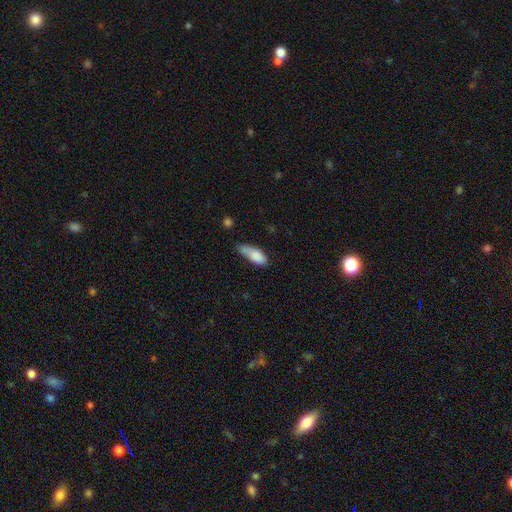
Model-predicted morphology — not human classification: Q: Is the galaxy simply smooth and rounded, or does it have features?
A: smooth — 83%.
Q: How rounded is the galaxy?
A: in between — 72%.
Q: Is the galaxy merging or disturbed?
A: none — 42%.